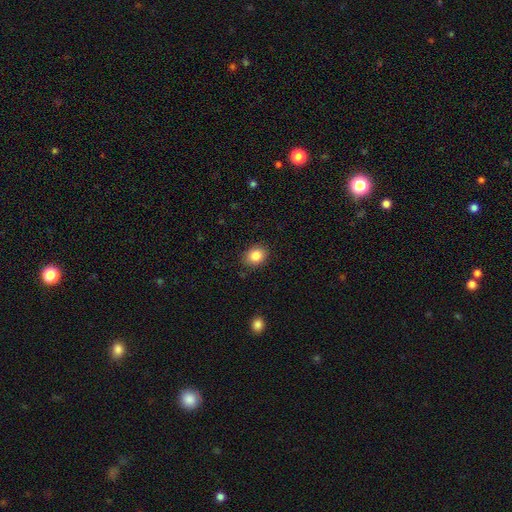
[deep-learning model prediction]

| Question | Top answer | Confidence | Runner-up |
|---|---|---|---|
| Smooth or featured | smooth | 85% | star or artifact (9%) |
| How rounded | round | 51% | in between (48%) |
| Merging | none | 87% | minor disturbance (9%) |